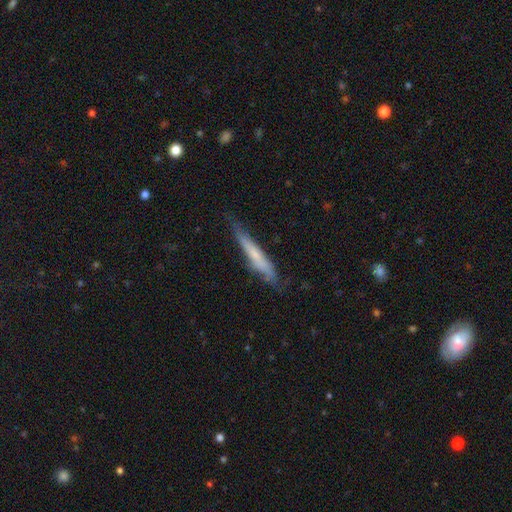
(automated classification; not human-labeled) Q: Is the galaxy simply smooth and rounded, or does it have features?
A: smooth — 52%.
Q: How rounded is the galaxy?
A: cigar-shaped — 93%.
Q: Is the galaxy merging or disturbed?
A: none — 68%.